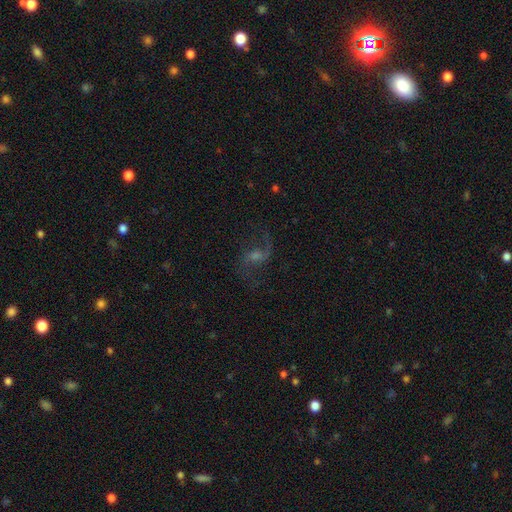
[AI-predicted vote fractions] smooth_or_featured: featured or disk (p=0.71) [alt: star or artifact p=0.17]
disk_edge_on: no (p=0.96) [alt: yes p=0.04]
bar: weak (p=0.44) [alt: no p=0.42]
has_spiral_arms: yes (p=0.93) [alt: no p=0.07]
spiral_winding: loose (p=0.66) [alt: medium p=0.28]
spiral_arm_count: 2 (p=0.89) [alt: 1 p=0.04]
bulge_size: moderate (p=0.41) [alt: small p=0.40]
merging: none (p=0.72) [alt: minor disturbance p=0.14]